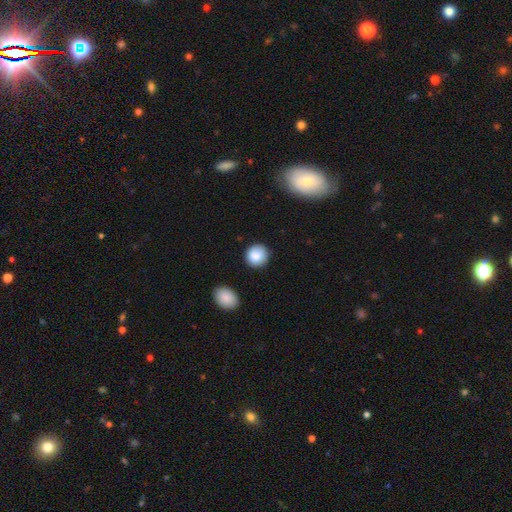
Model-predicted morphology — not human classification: A smooth galaxy with no disk features (85%) that is round (89%).

Vote fractions:
- Smooth or featured? smooth: 85% / star or artifact: 8% / featured or disk: 7%
- How rounded? round: 89% / in between: 10% / cigar-shaped: 1%
- Merging? none: 86% / minor disturbance: 9% / major disturbance: 2% / merger: 2%